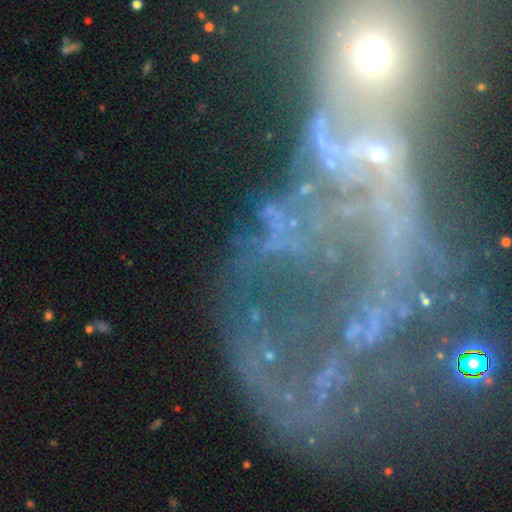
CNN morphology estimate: The model was most divided on "bulge size": small: 37%, none: 34%, moderate: 20%, large: 5%, dominant: 4%. Remaining: edge-on disk — no (91%); bar — no (65%); smooth or featured — featured or disk (57%); spiral arms — no (56%); merging — major disturbance (34%).